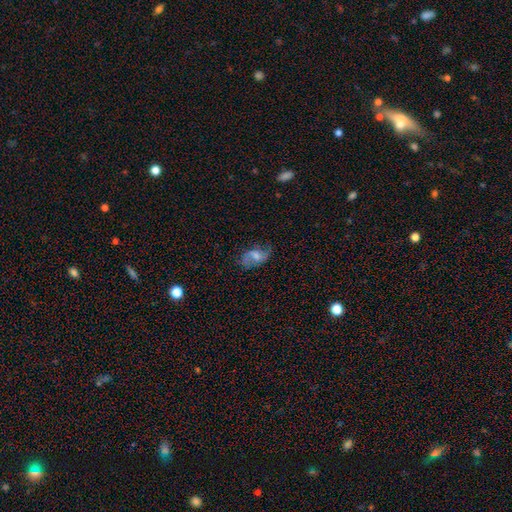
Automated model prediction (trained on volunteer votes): Morphology: type=featured or disk (63%); edge-on=no (95%); bar=weak (50%); spiral arms=yes (88%); winding=loose (53%); arm count=2 (86%); bulge=moderate (48%); merging=none (73%).